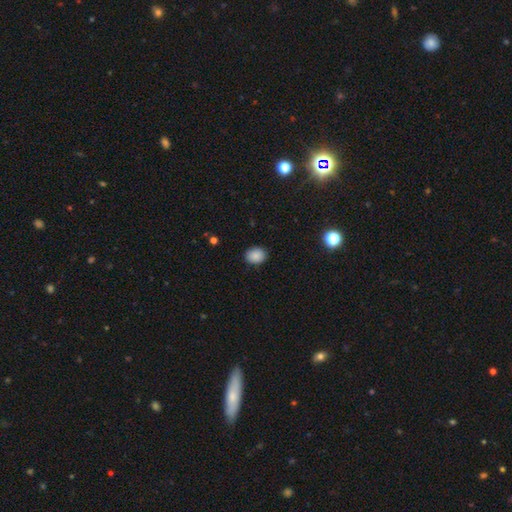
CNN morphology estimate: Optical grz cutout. It shows a smooth galaxy with no disk features (87%) that is round (50%). Merging: none (88%).